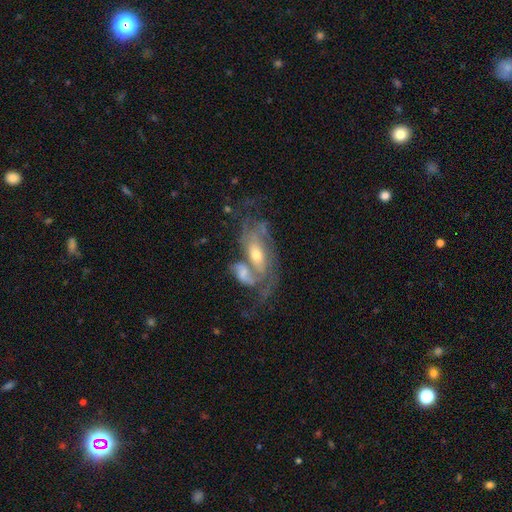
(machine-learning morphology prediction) Smooth or featured? Predicted: featured or disk (p=0.81). Edge-on disk? Predicted: no (p=0.92). Bar? Predicted: no (p=0.48). Spiral arms? Predicted: yes (p=0.86). Spiral winding? Predicted: tight (p=0.43). Spiral arm count? Predicted: 2 (p=0.47). Bulge size? Predicted: moderate (p=0.56). Merging? Predicted: merger (p=0.40).